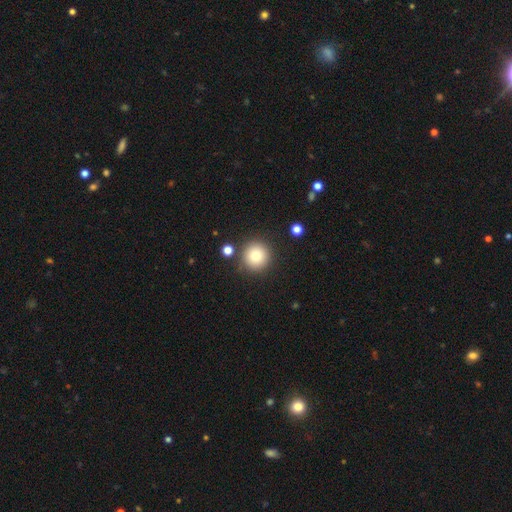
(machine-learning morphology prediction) Overall: smooth (80%). How rounded: round (95%). Merging: none (85%).